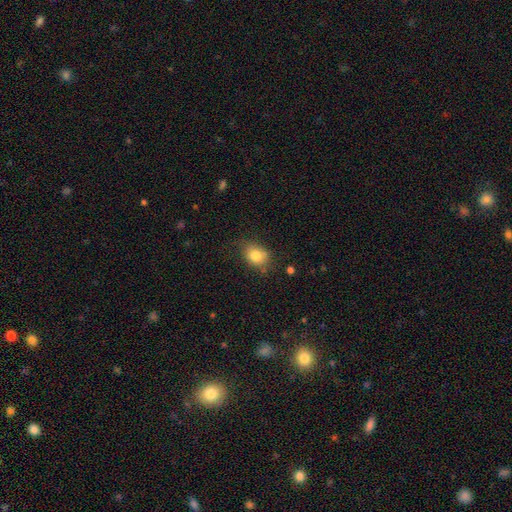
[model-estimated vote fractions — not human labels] Smooth or featured? Predicted: smooth (p=0.81). How rounded? Predicted: in between (p=0.55). Merging? Predicted: none (p=0.67).